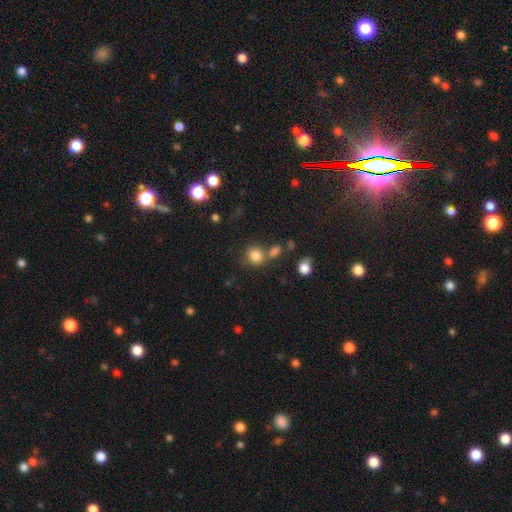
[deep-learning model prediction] Morphology: type=smooth (82%); roundness=round (80%); merging=none (62%).